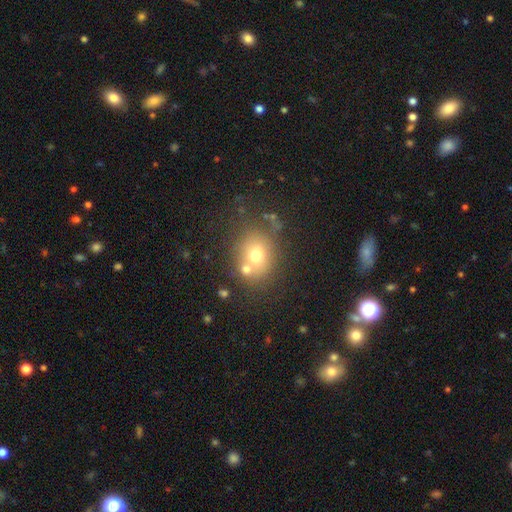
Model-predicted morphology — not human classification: Smooth or featured? Predicted: smooth (p=0.66). How rounded? Predicted: round (p=0.63). Merging? Predicted: none (p=0.60).